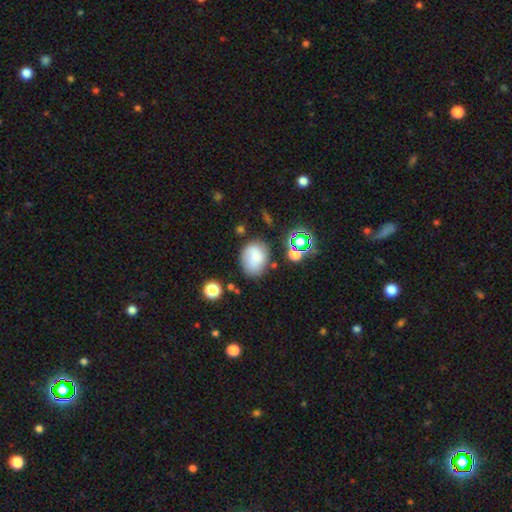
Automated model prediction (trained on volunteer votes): A smooth galaxy with no disk features (73%) that is in between round and cigar-shaped (62%).

Vote fractions:
- Smooth or featured? smooth: 73% / featured or disk: 14% / star or artifact: 13%
- How rounded? in between: 62% / round: 37% / cigar-shaped: 1%
- Merging? none: 65% / minor disturbance: 21% / merger: 7% / major disturbance: 7%